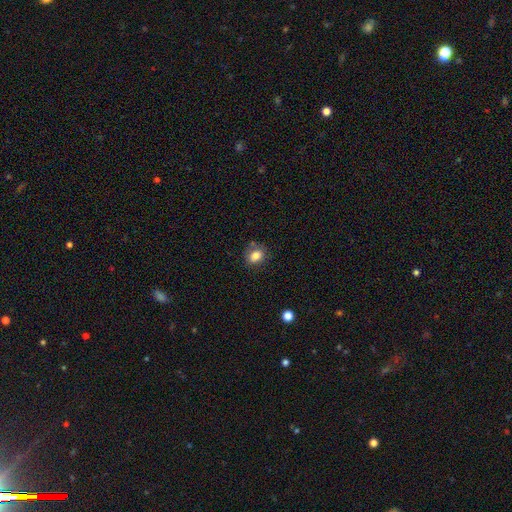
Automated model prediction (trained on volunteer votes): The model was most divided on "how rounded": in between: 54%, round: 44%, cigar-shaped: 1%. More confident: smooth or featured — smooth (81%); merging — none (70%).